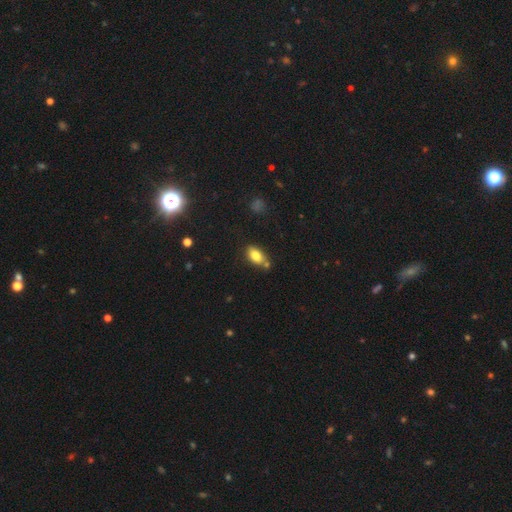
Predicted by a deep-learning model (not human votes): Overall: smooth (81%). How rounded: in between (89%). Merging: none (63%).